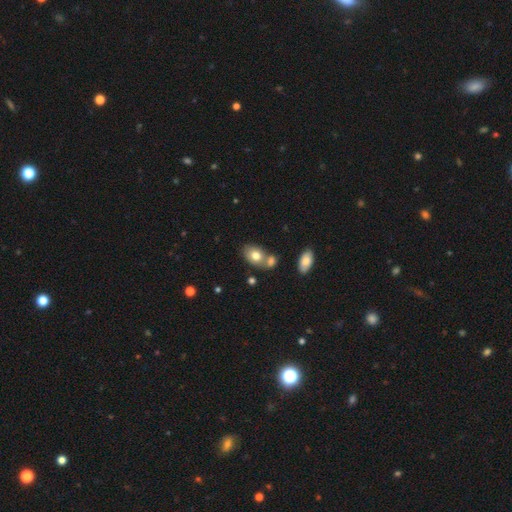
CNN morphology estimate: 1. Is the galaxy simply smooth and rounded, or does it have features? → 75% smooth, 16% featured or disk, 8% star or artifact.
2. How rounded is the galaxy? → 80% in between, 18% round, 1% cigar-shaped.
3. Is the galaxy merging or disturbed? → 48% none, 36% merger, 12% minor disturbance, 4% major disturbance.